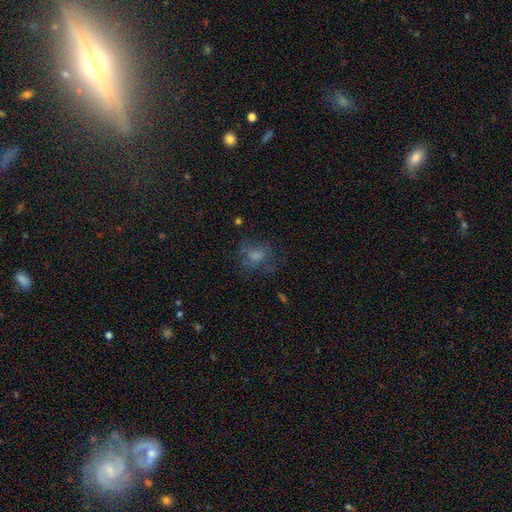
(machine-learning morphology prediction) Smooth or featured: smooth — 58% (featured or disk — 27%)
How rounded: round — 55% (in between — 44%)
Merging: none — 55% (major disturbance — 22%)